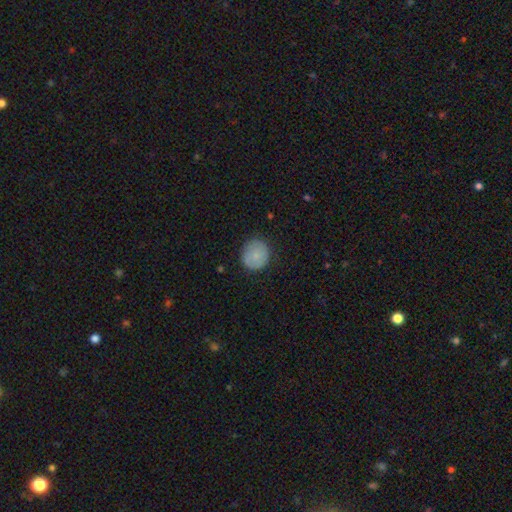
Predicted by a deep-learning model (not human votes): smooth 80%, featured or disk 12%, star or artifact 7%. Down the decision tree: how rounded — round (83%); merging — none (81%).